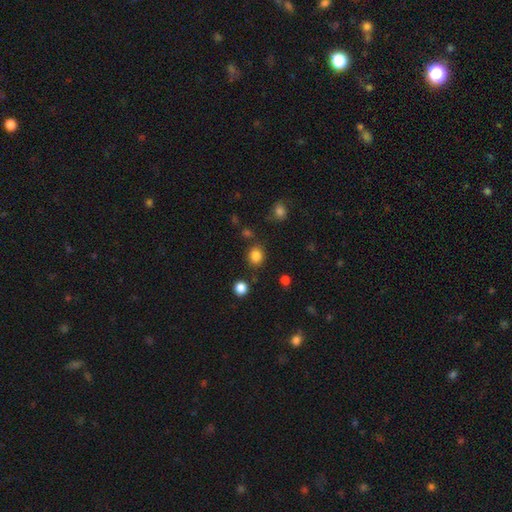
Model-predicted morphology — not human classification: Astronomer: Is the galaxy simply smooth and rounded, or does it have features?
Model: smooth — 84%.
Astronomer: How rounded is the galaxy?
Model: round — 74%.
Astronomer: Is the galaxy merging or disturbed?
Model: none — 83%.